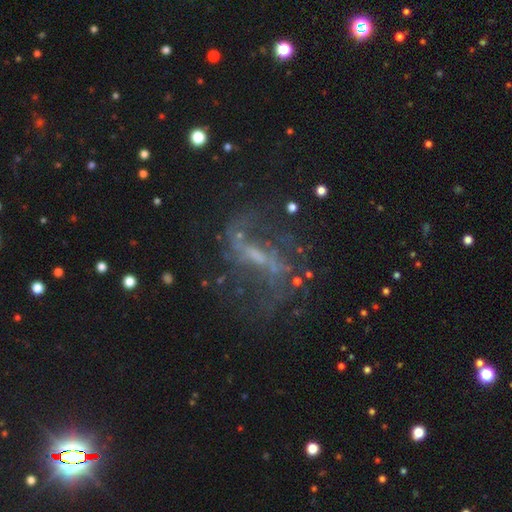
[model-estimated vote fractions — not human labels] The model was most divided on "bar" (2-way tie): weak: 41%, strong: 41%, no: 19%. Remaining: edge-on disk — no (92%); spiral arms — yes (79%); smooth or featured — featured or disk (78%); spiral arm count — 2 (74%); spiral winding — loose (64%); merging — none (57%); bulge size — small (44%).